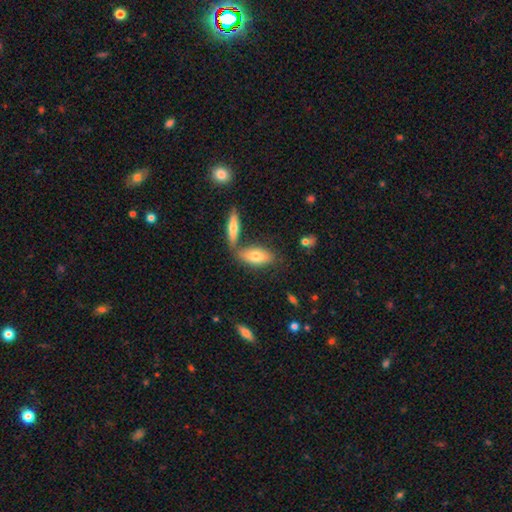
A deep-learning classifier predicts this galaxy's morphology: smooth-or-featured: smooth: 72% | featured or disk: 22% | star or artifact: 7%
  how-rounded: in between: 80% | cigar-shaped: 17% | round: 3%
  merging: none: 57% | merger: 26% | minor disturbance: 13% | major disturbance: 4%